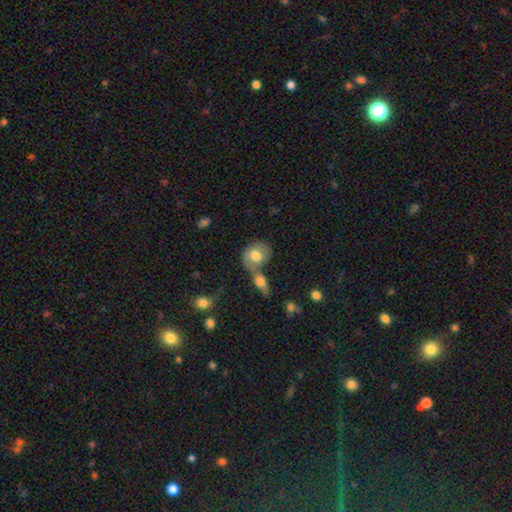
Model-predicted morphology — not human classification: smooth-or-featured: smooth: 67% | featured or disk: 26% | star or artifact: 7%
  how-rounded: round: 52% | in between: 46% | cigar-shaped: 2%
  merging: merger: 47% | none: 33% | minor disturbance: 12% | major disturbance: 7%